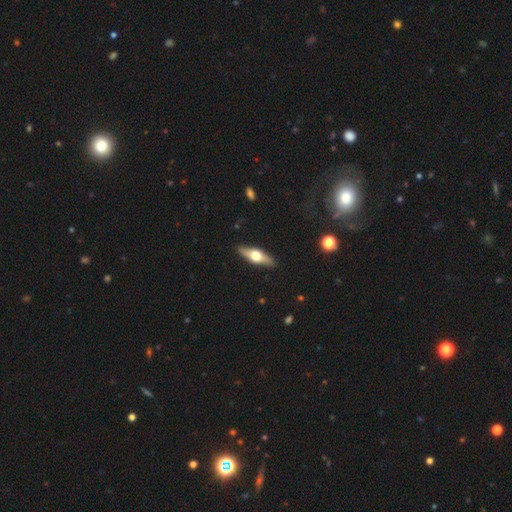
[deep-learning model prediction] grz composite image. It shows a featured or disk galaxy (61%) viewed edge-on (93%) with a rounded central bulge (96%). Merging: none (89%).